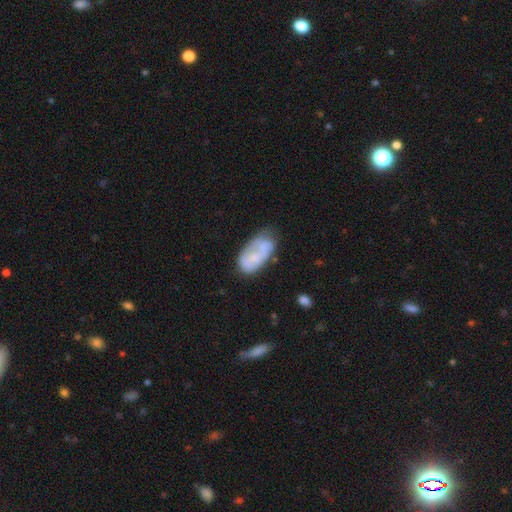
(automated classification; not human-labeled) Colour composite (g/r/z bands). It shows a smooth galaxy with no disk features (54%) that is in between round and cigar-shaped (93%). Merging: none (49%).